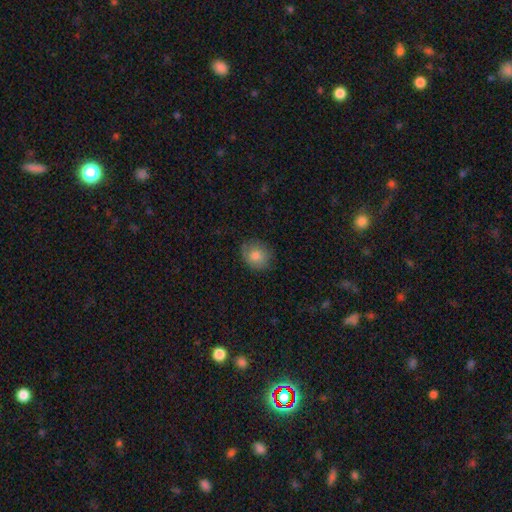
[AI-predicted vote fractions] Smooth or featured: smooth — 82% (featured or disk — 9%)
How rounded: round — 69% (in between — 30%)
Merging: none — 80% (minor disturbance — 16%)